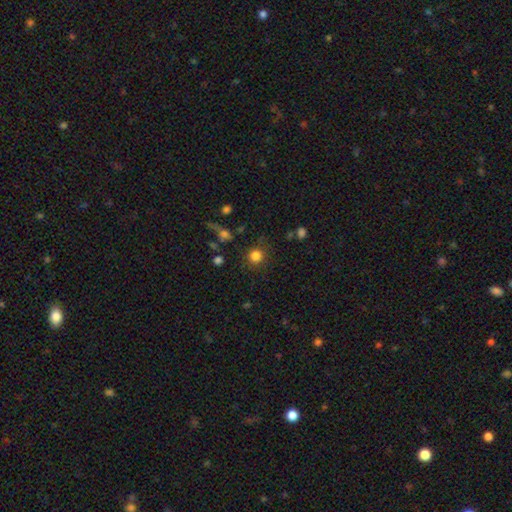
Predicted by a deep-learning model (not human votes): smooth_or_featured: smooth (p=0.83) [alt: star or artifact p=0.12]
how_rounded: round (p=0.92) [alt: in between p=0.07]
merging: none (p=0.83) [alt: minor disturbance p=0.09]